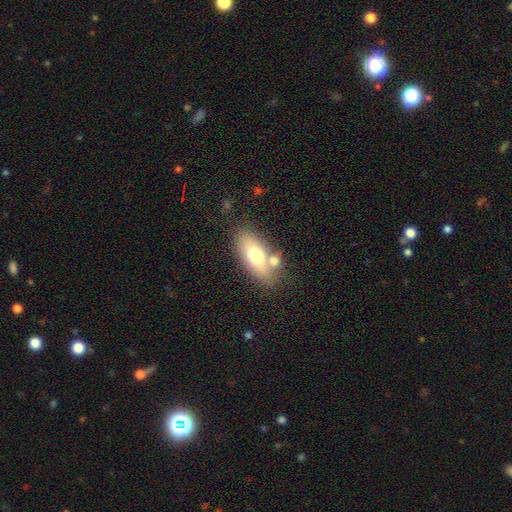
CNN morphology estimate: type=smooth (67%); roundness=in between (80%); merging=none (63%).